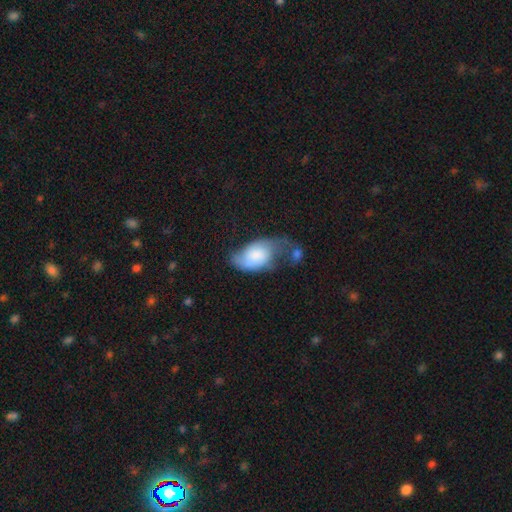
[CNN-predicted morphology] type=smooth (55%); roundness=in between (90%); merging=major disturbance (37%).